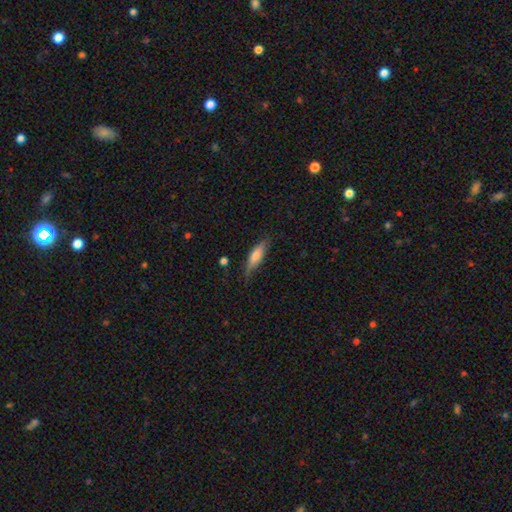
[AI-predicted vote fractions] Smooth or featured: smooth — 63% (featured or disk — 30%)
How rounded: cigar-shaped — 64% (in between — 34%)
Merging: none — 74% (minor disturbance — 20%)